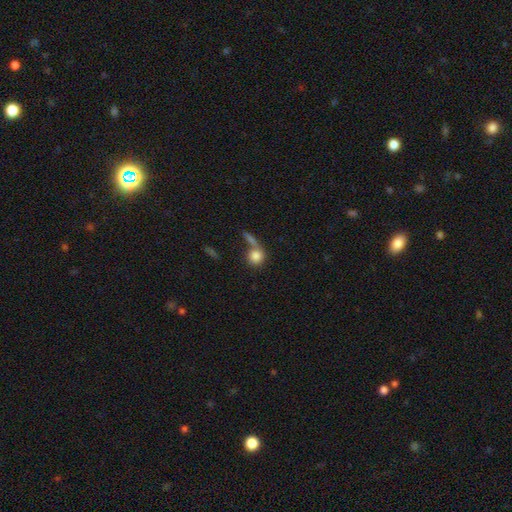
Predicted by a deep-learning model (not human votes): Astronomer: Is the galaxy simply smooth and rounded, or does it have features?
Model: smooth — 82%.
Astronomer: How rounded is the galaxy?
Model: round — 85%.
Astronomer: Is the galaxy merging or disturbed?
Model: none — 47% (runner-up: merger, 34%).